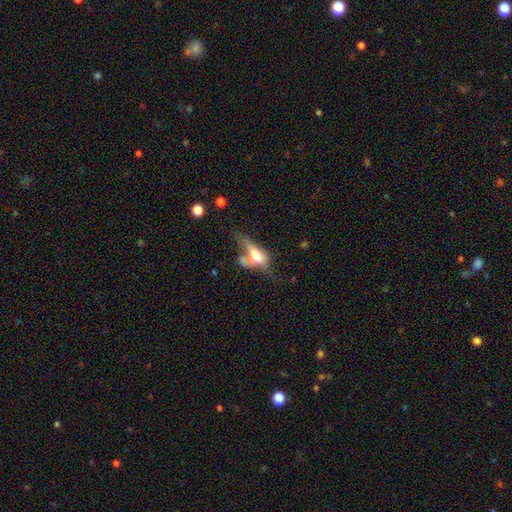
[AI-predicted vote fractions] Smooth or featured: smooth — 49% (featured or disk — 42%)
Merging: merger — 31% (major disturbance — 27%)